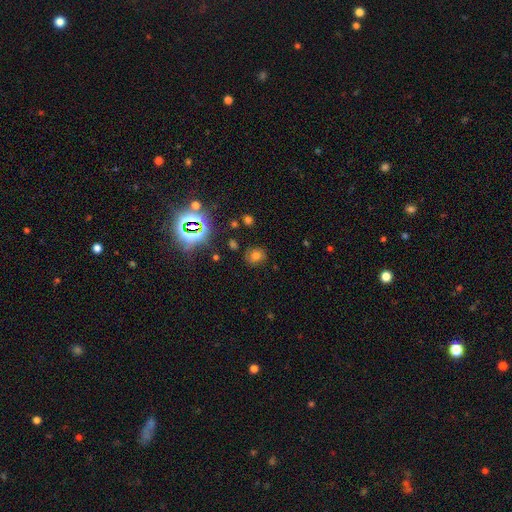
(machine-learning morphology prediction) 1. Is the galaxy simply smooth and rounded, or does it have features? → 61% smooth, 27% star or artifact, 12% featured or disk.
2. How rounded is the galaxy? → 74% round, 25% in between, 1% cigar-shaped.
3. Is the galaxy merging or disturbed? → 82% none, 12% minor disturbance, 4% major disturbance, 2% merger.